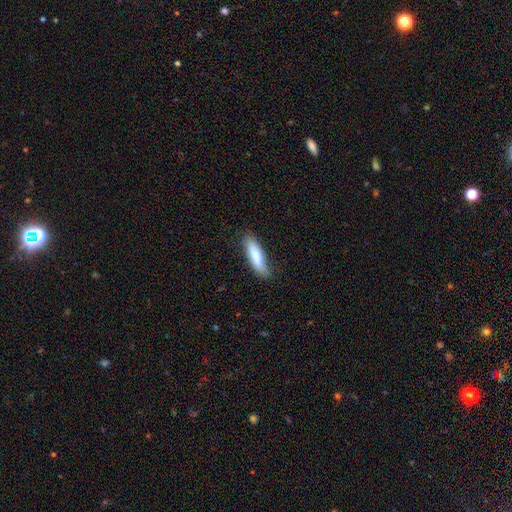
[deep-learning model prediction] This appears to be a smooth galaxy with no disk features (83%) that is cigar-shaped (65%). Merging: none (77%).